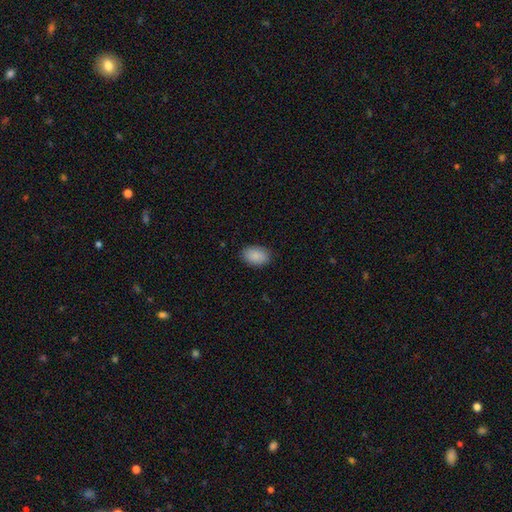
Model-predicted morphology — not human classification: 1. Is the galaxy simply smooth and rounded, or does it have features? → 89% smooth, 7% star or artifact, 4% featured or disk.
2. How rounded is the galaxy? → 87% in between, 11% round, 1% cigar-shaped.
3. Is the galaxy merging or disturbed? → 88% none, 9% minor disturbance, 2% major disturbance, 1% merger.